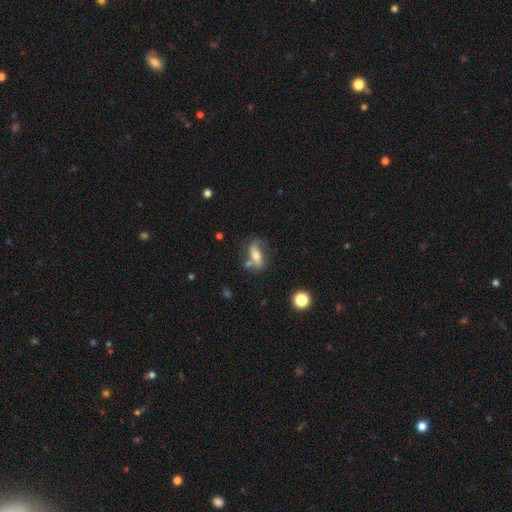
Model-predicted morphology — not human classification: Smooth or featured? Predicted: smooth (p=0.51). How rounded? Predicted: in between (p=0.64). Merging? Predicted: none (p=0.55).